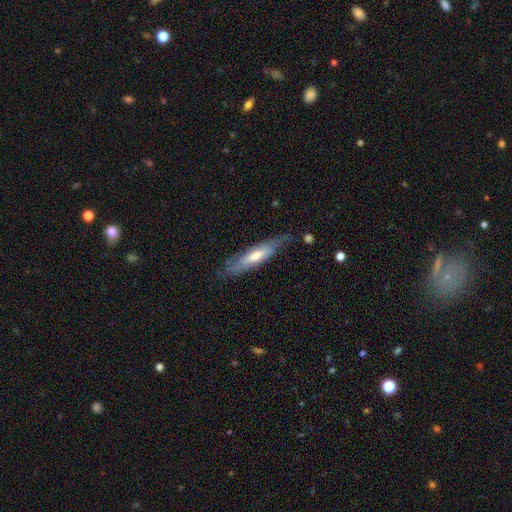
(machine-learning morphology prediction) Smooth or featured?
  - featured or disk: 54% *
  - smooth: 40%
  - star or artifact: 6%
Edge-on disk?
  - yes: 65% *
  - no: 35%
Merging?
  - none: 69% *
  - minor disturbance: 23%
  - major disturbance: 6%
  - merger: 2%